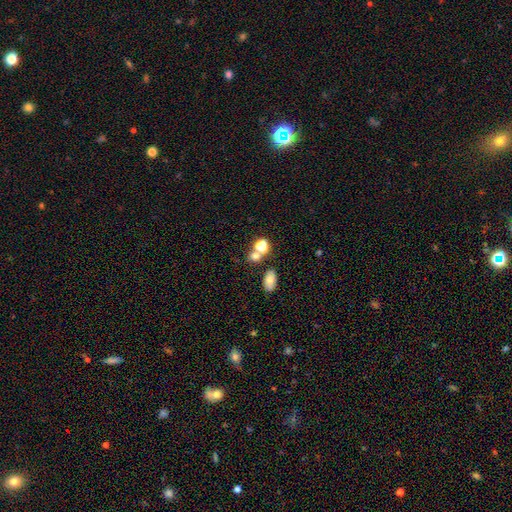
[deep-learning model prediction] Smooth or featured? Predicted: smooth (p=0.74). How rounded? Predicted: round (p=0.63). Merging? Predicted: none (p=0.53).